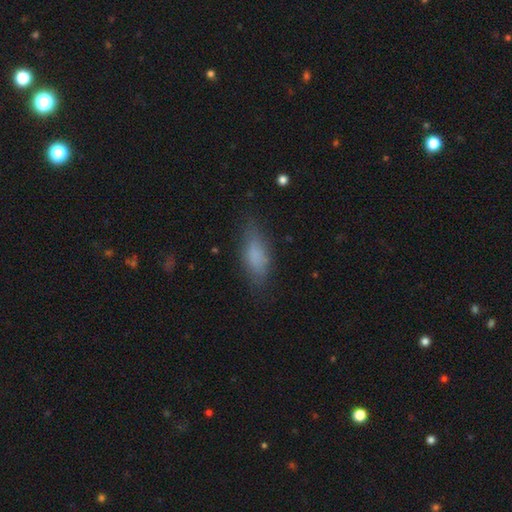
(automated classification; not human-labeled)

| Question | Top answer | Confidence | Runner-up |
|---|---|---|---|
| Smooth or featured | smooth | 79% | featured or disk (13%) |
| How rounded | in between | 72% | cigar-shaped (25%) |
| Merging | none | 73% | minor disturbance (19%) |